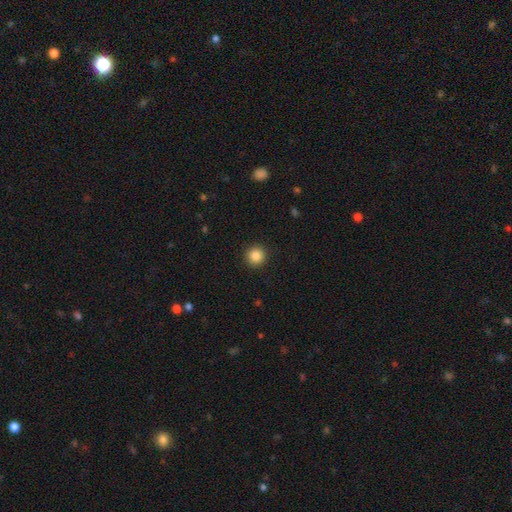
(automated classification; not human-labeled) smooth 86%, star or artifact 10%, featured or disk 4%. Down the decision tree: how rounded — round (95%); merging — none (92%).